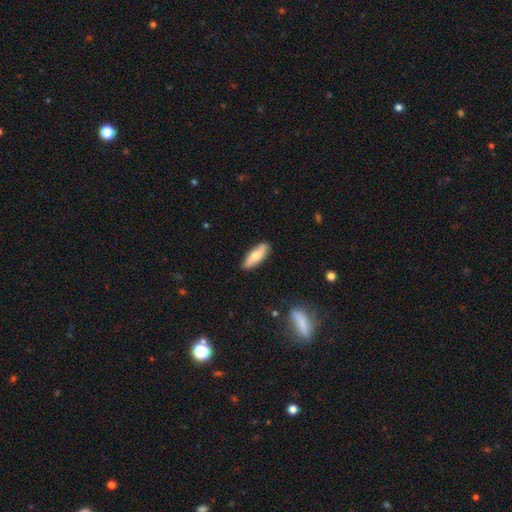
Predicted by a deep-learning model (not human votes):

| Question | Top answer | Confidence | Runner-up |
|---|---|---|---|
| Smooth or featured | smooth | 65% | featured or disk (30%) |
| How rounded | in between | 51% | cigar-shaped (47%) |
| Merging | none | 86% | minor disturbance (11%) |